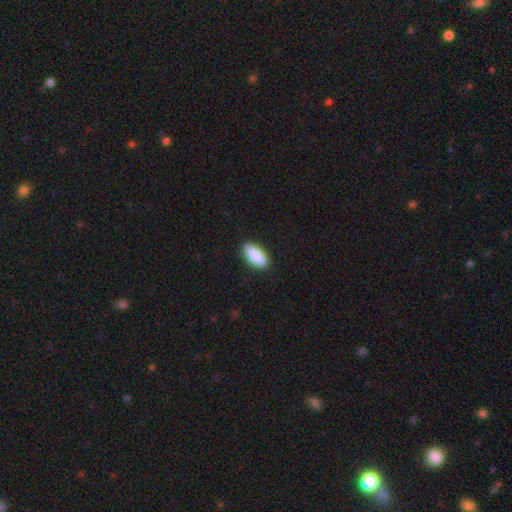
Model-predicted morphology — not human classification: Smooth or featured?
  - smooth: 90% *
  - star or artifact: 6%
  - featured or disk: 5%
How rounded?
  - in between: 91% *
  - cigar-shaped: 7%
  - round: 2%
Merging?
  - none: 90% *
  - minor disturbance: 8%
  - major disturbance: 2%
  - merger: 1%